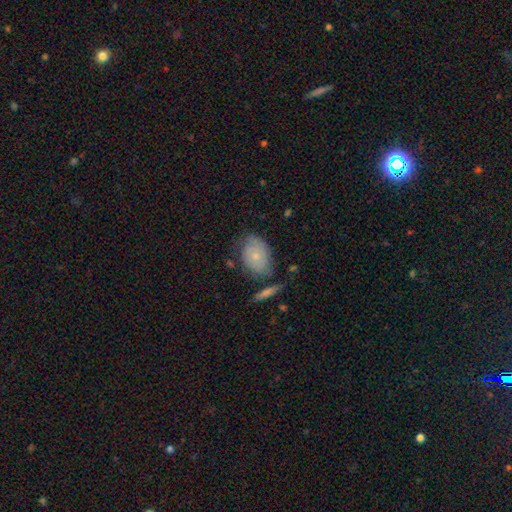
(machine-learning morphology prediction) The model was most divided on "merging": none: 57%, minor disturbance: 27%, major disturbance: 9%, merger: 7%. More confident: how rounded — in between (71%); smooth or featured — smooth (64%).